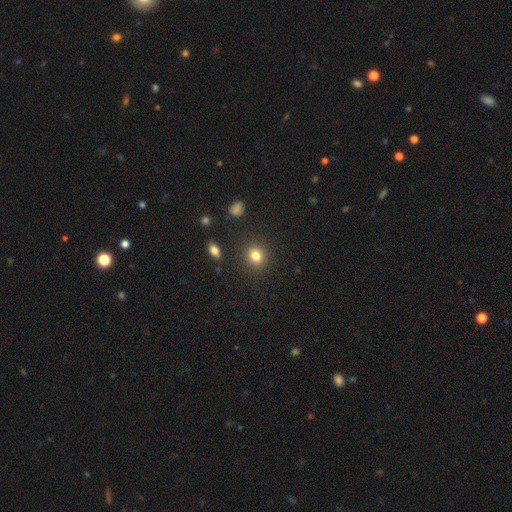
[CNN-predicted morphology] Overall: smooth (82%). How rounded: round (80%). Merging: none (89%).